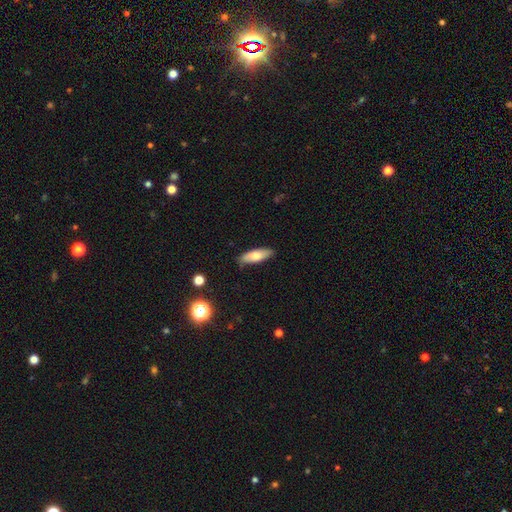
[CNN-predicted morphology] This appears to be a smooth galaxy with no disk features (71%) that is in between round and cigar-shaped (59%). Merging: none (82%).